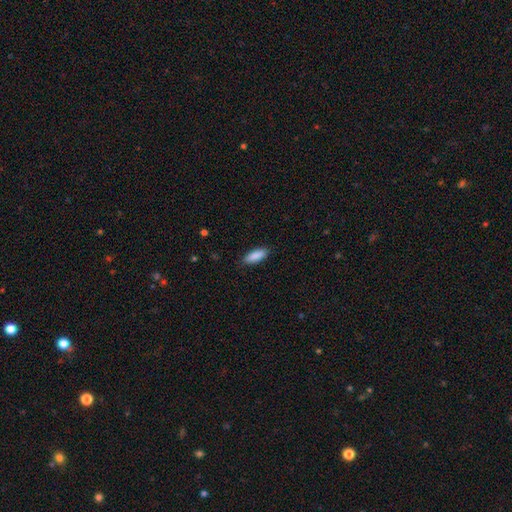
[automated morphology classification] smooth_or_featured: smooth (p=0.89) [alt: star or artifact p=0.06]
how_rounded: in between (p=0.65) [alt: cigar-shaped p=0.33]
merging: none (p=0.87) [alt: minor disturbance p=0.09]